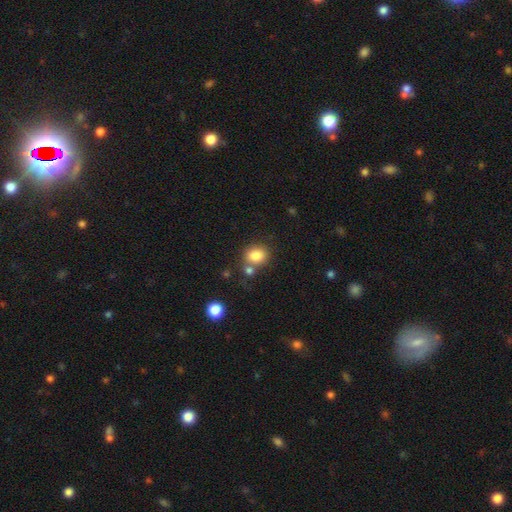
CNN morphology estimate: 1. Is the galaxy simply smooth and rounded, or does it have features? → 83% smooth, 10% star or artifact, 7% featured or disk.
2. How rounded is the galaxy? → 60% round, 39% in between, 1% cigar-shaped.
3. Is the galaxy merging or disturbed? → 62% none, 22% merger, 12% minor disturbance, 4% major disturbance.